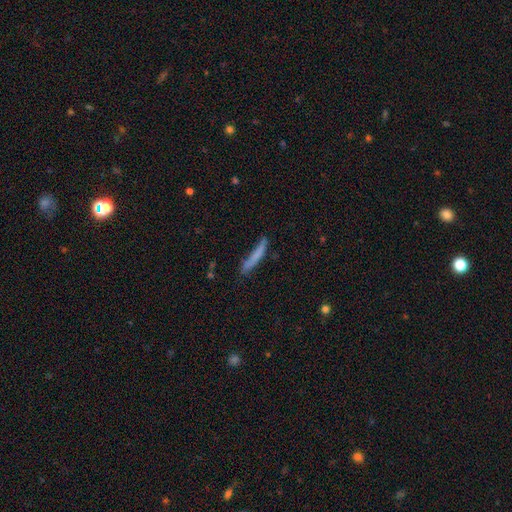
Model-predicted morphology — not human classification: smooth-or-featured: smooth: 72% | featured or disk: 21% | star or artifact: 7%
  how-rounded: cigar-shaped: 94% | in between: 4% | round: 1%
  merging: none: 70% | minor disturbance: 21% | major disturbance: 5% | merger: 3%